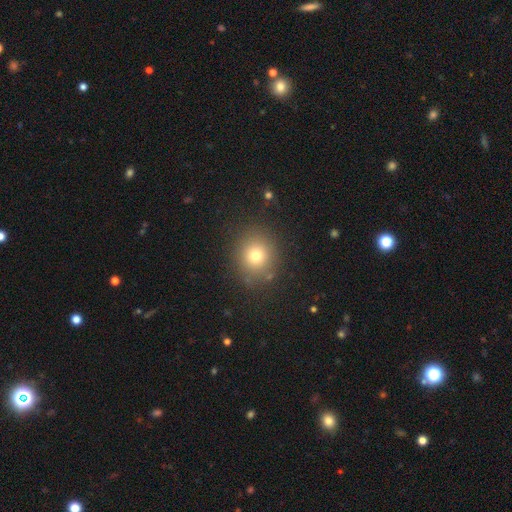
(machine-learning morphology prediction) A smooth galaxy with no disk features (74%) that is round (84%). Merging: none (85%).